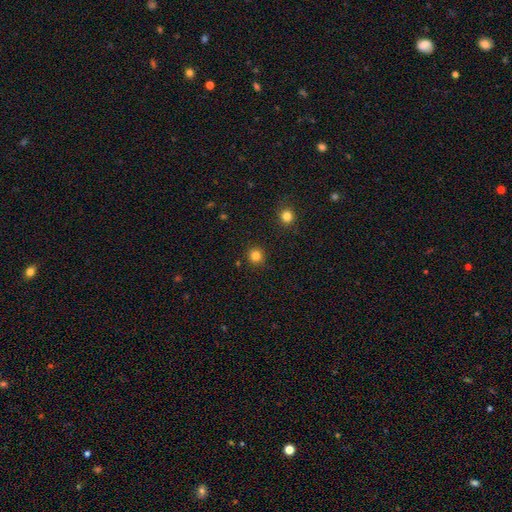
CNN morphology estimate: Smooth or featured?
  - smooth: 82% *
  - star or artifact: 13%
  - featured or disk: 4%
How rounded?
  - round: 93% *
  - in between: 6%
  - cigar-shaped: 1%
Merging?
  - none: 91% *
  - minor disturbance: 6%
  - major disturbance: 2%
  - merger: 2%